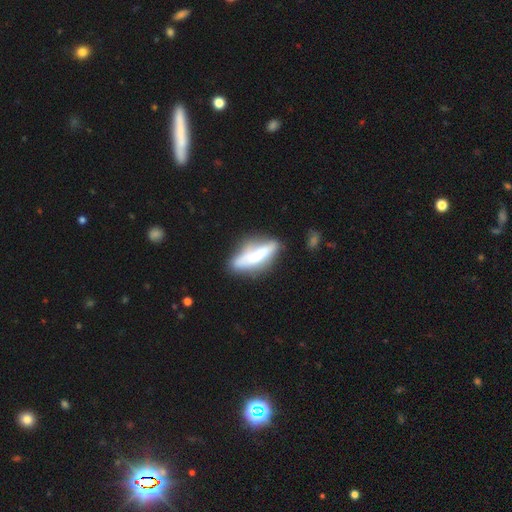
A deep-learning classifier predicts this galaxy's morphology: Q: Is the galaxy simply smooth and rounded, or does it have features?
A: smooth — 49%.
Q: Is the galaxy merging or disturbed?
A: none — 61%.